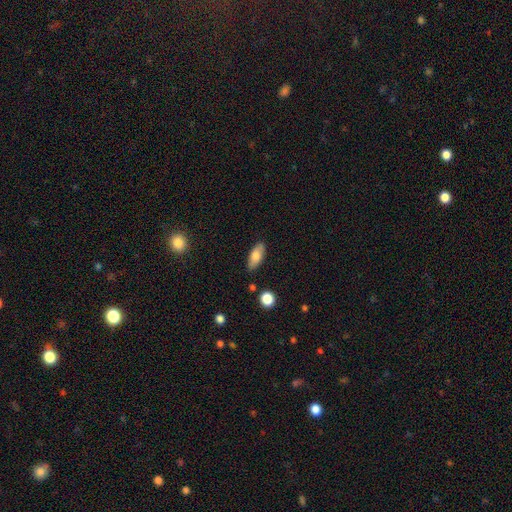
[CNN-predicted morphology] Smooth or featured? smooth (76%)
How rounded? in between (81%)
Merging? none (83%)